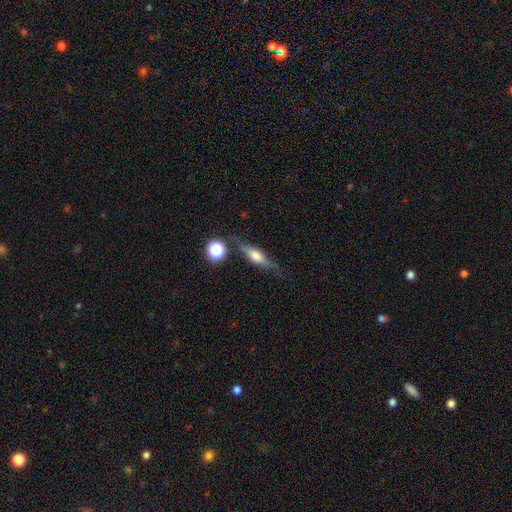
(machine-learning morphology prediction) smooth-or-featured: featured or disk: 51% | smooth: 40% | star or artifact: 9%
  disk-edge-on: yes: 90% | no: 10%
  merging: none: 72% | minor disturbance: 17% | major disturbance: 6% | merger: 5%